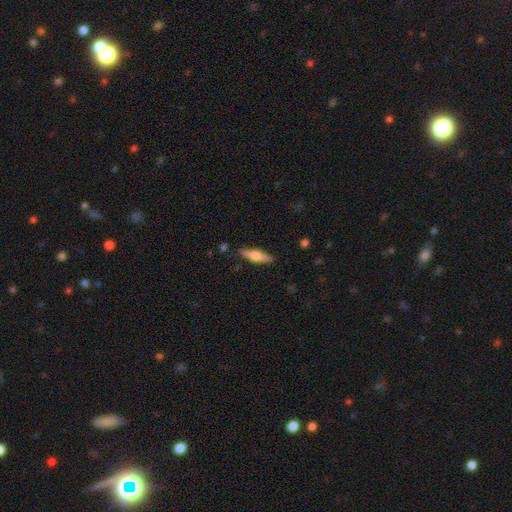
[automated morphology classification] smooth-or-featured: featured or disk: 48% | smooth: 46% | star or artifact: 6%
  merging: none: 88% | minor disturbance: 9% | major disturbance: 2% | merger: 1%